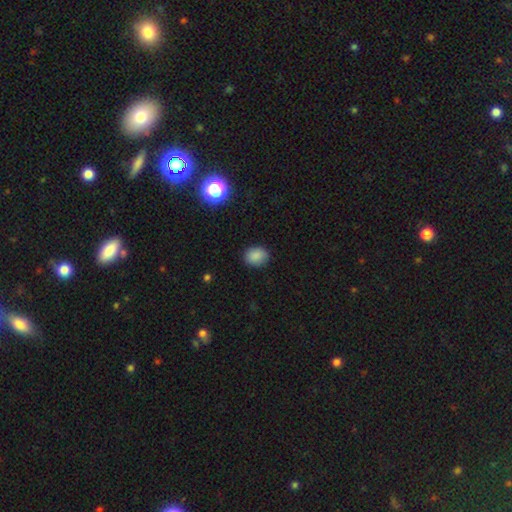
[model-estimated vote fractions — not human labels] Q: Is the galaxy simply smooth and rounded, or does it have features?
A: smooth — 86%.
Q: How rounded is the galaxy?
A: in between — 51%.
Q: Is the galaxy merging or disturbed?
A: none — 86%.